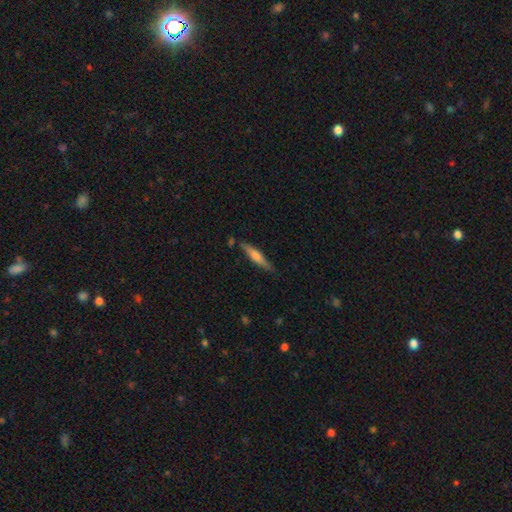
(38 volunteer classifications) A smooth galaxy with no disk features (53%) that is cigar-shaped (95%). Merging: none (84%).